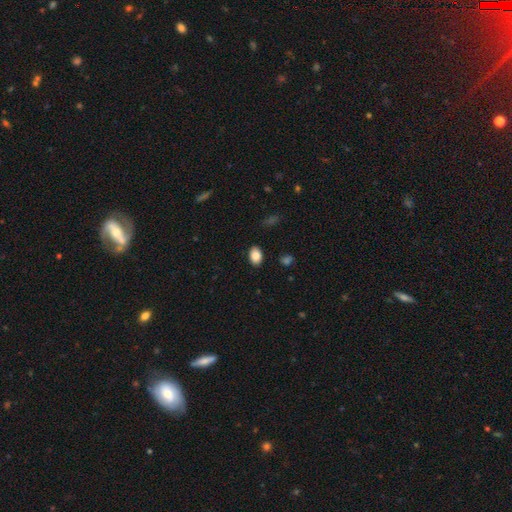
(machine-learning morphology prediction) A smooth galaxy with no disk features (87%) that is in between round and cigar-shaped (83%). Merging: none (88%).